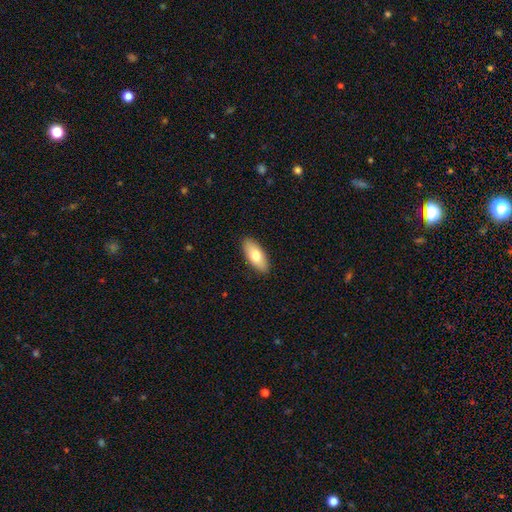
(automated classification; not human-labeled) Smooth or featured: smooth — 74% (featured or disk — 20%)
How rounded: in between — 87% (cigar-shaped — 11%)
Merging: none — 89% (minor disturbance — 8%)